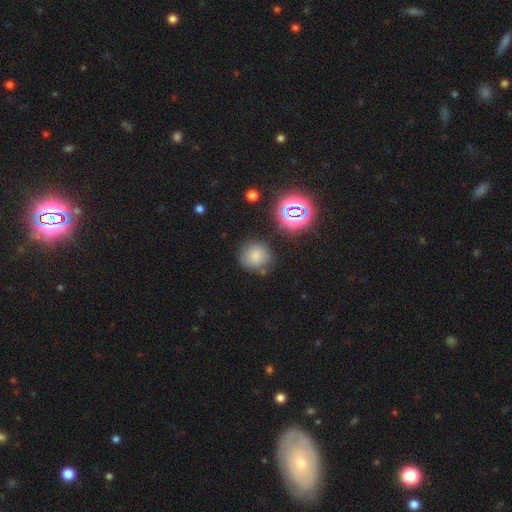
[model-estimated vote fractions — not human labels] This is likely a smooth galaxy (74%). How rounded: clearly round (89%). Merging: likely none (79%).